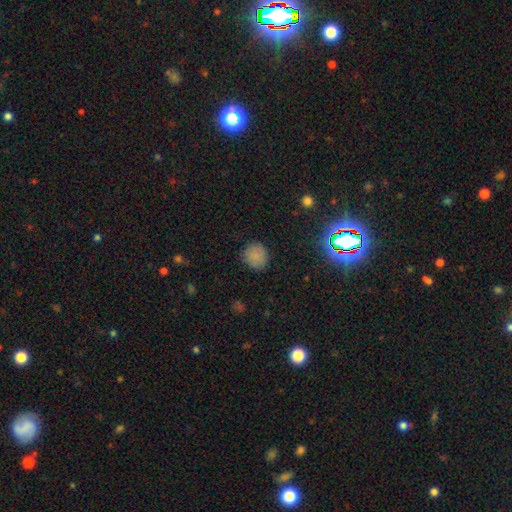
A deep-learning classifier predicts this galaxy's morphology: A smooth galaxy with no disk features (82%) that is round (87%). Merging: none (86%).